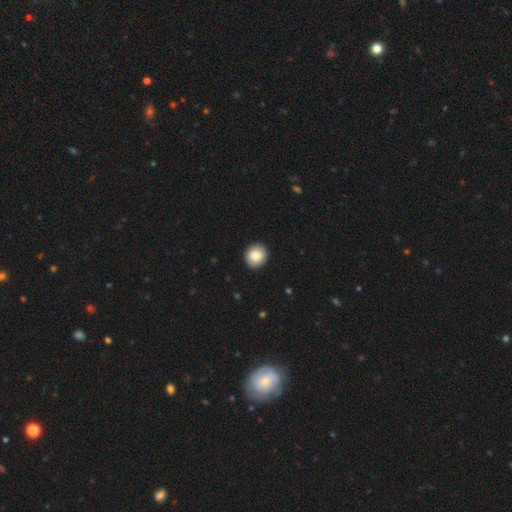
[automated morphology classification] A smooth galaxy with no disk features (85%) that is round (83%).

Vote fractions:
- Smooth or featured? smooth: 85% / star or artifact: 8% / featured or disk: 7%
- How rounded? round: 83% / in between: 16% / cigar-shaped: 1%
- Merging? none: 92% / minor disturbance: 5% / major disturbance: 1% / merger: 1%